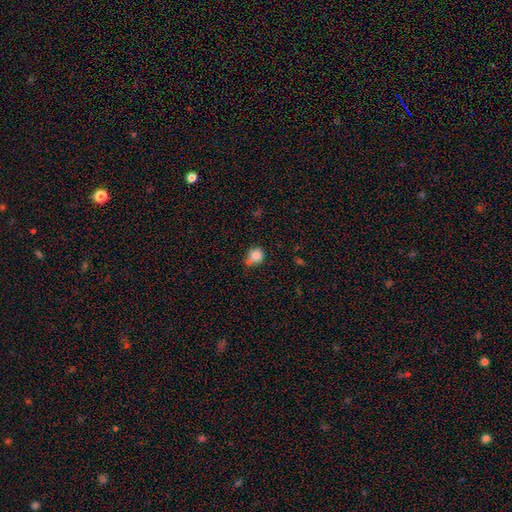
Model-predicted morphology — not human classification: Smooth or featured? Predicted: smooth (p=0.83). How rounded? Predicted: round (p=0.75). Merging? Predicted: none (p=0.49).